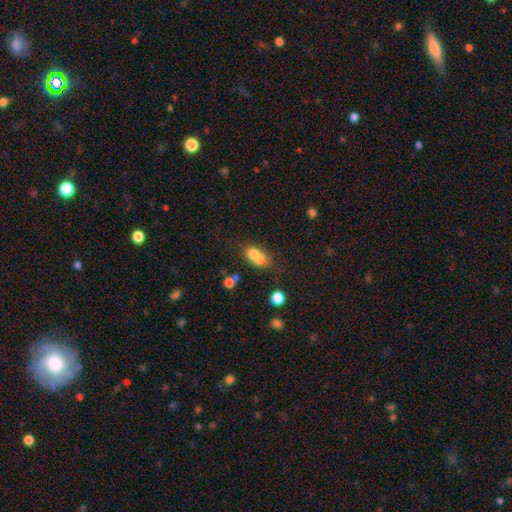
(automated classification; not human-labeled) This appears to be a smooth galaxy with no disk features (73%) that is in between round and cigar-shaped (78%). Merging: none (37%).